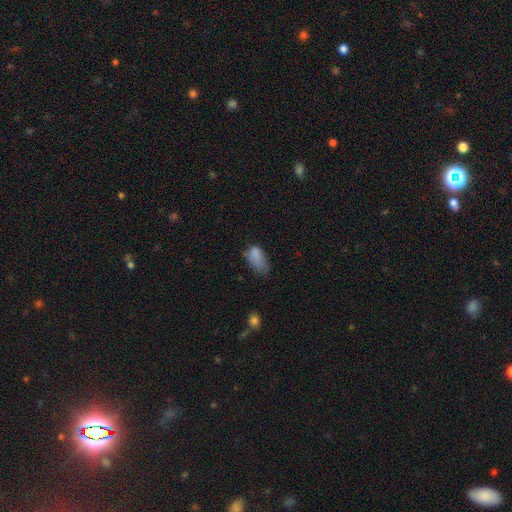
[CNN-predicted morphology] smooth-or-featured: smooth: 77% | featured or disk: 12% | star or artifact: 11%
  how-rounded: in between: 91% | round: 5% | cigar-shaped: 4%
  merging: minor disturbance: 38% | none: 32% | major disturbance: 27% | merger: 4%